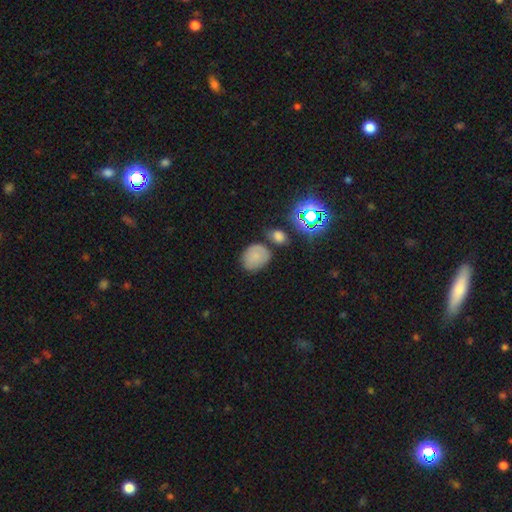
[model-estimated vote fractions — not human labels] Morphology: type=smooth (74%); roundness=in between (50%); merging=none (67%).